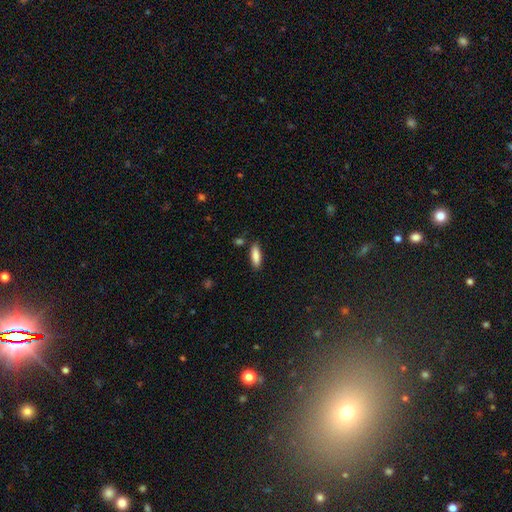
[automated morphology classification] type=smooth (87%); roundness=in between (58%); merging=none (82%).